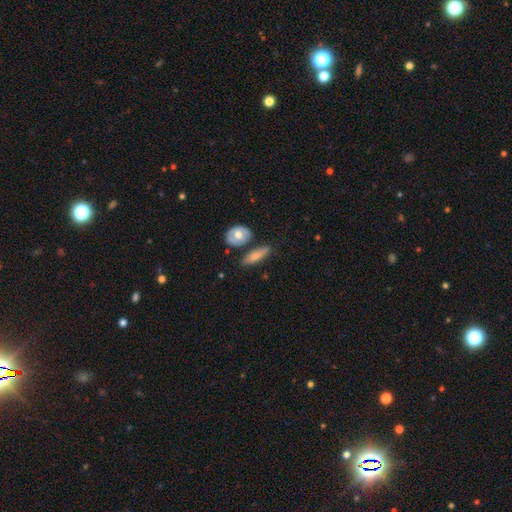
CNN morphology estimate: Smooth or featured?
  - smooth: 69% *
  - featured or disk: 25%
  - star or artifact: 6%
How rounded?
  - cigar-shaped: 47% * (tied)
  - in between: 47% * (tied)
  - round: 5%
Merging?
  - none: 67% *
  - minor disturbance: 19%
  - merger: 10%
  - major disturbance: 5%